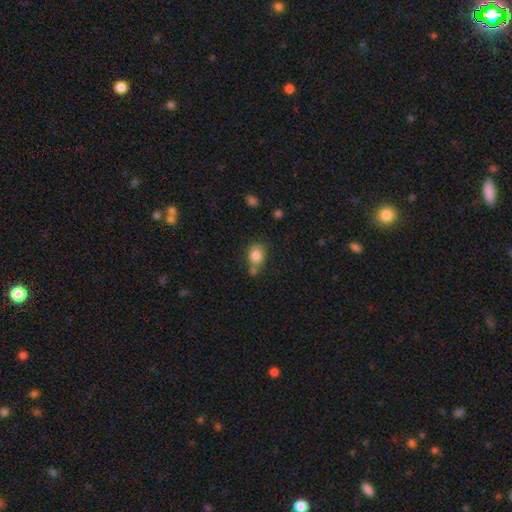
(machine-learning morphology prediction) Overall: smooth (82%). How rounded: in between (58%; round 41%). Merging: none (55%; merger 20%).